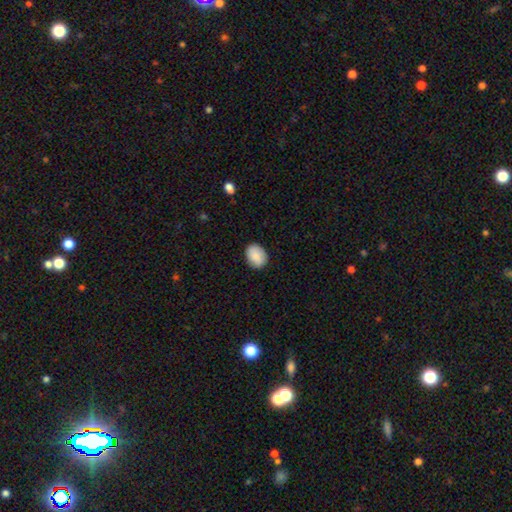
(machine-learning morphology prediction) Overall: smooth (87%). How rounded: in between (66%; round 33%). Merging: none (86%).